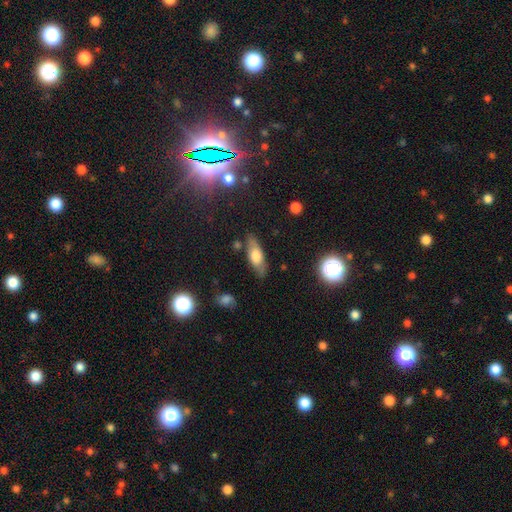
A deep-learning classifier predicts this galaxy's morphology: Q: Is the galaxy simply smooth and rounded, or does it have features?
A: smooth — 59%.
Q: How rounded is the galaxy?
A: in between — 62%.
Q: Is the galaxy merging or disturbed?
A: none — 78%.